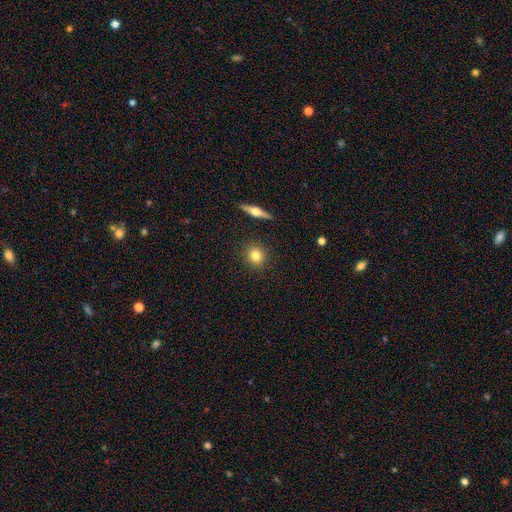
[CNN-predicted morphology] Overall: smooth (80%). How rounded: round (88%). Merging: none (90%).